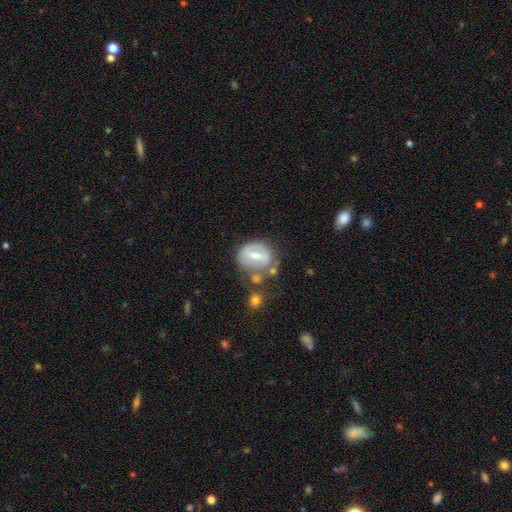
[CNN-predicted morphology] Smooth or featured? featured or disk (55%)
Edge-on disk? no (93%)
Bar? strong (49%)
Spiral arms? no (67%)
Bulge size? moderate (56%)
Merging? none (50%)